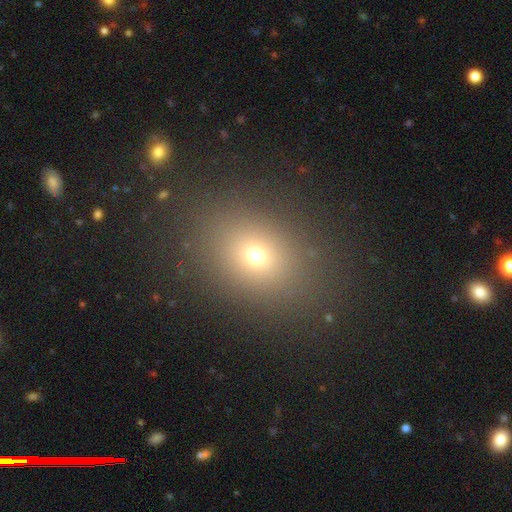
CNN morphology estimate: smooth 66%, star or artifact 22%, featured or disk 12%. Down the decision tree: how rounded — in between (55%); merging — none (85%).